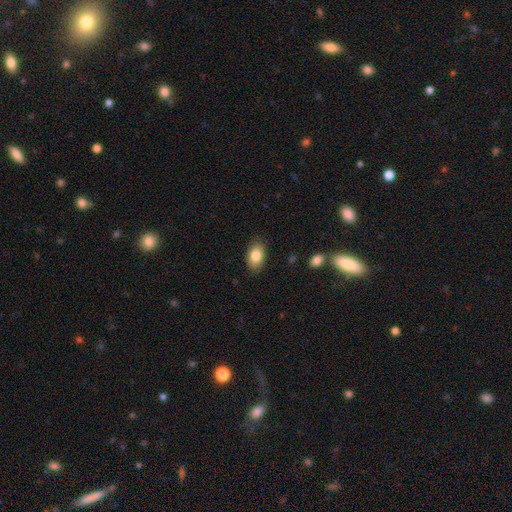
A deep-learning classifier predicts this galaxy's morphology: smooth 84%, featured or disk 9%, star or artifact 7%. Down the decision tree: how rounded — in between (89%); merging — none (85%).